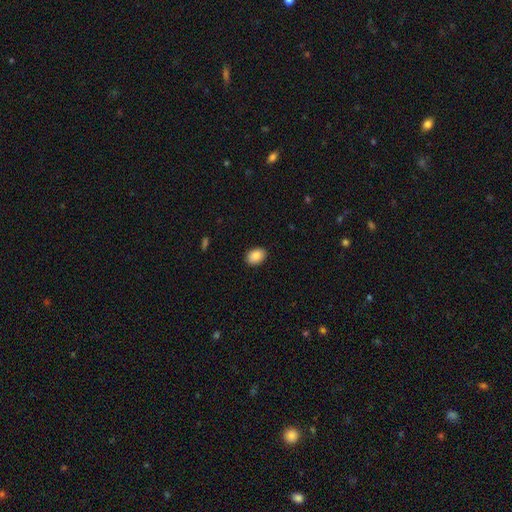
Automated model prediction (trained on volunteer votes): smooth-or-featured: smooth: 87% | star or artifact: 7% | featured or disk: 5%
  how-rounded: in between: 80% | round: 19% | cigar-shaped: 1%
  merging: none: 89% | minor disturbance: 8% | major disturbance: 2% | merger: 1%